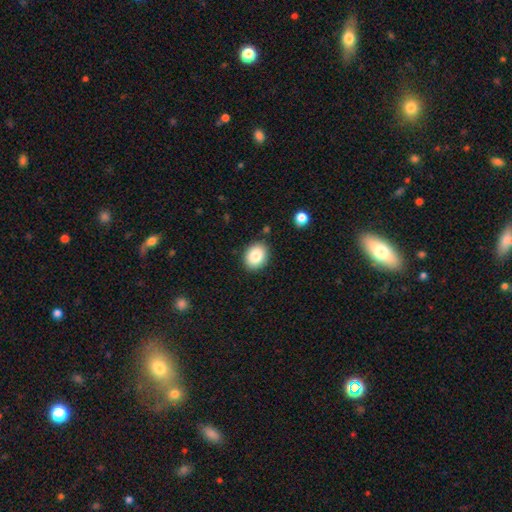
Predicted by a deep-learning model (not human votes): smooth 86%, star or artifact 8%, featured or disk 6%. Down the decision tree: how rounded — in between (60%); merging — none (87%).